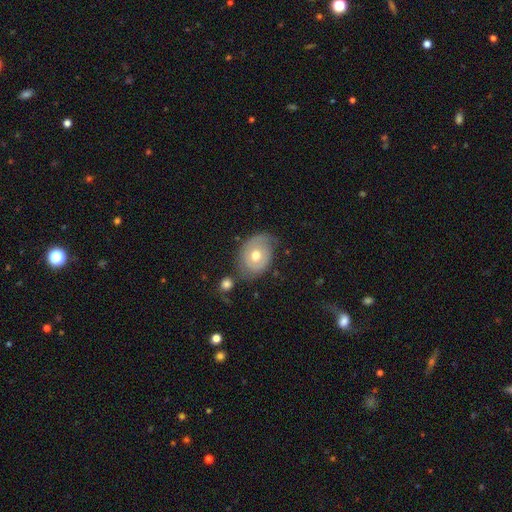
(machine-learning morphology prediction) Q: Smooth or featured?
A: smooth (47%); runner-up: featured or disk (46%)
Q: Merging?
A: none (58%); runner-up: minor disturbance (26%)